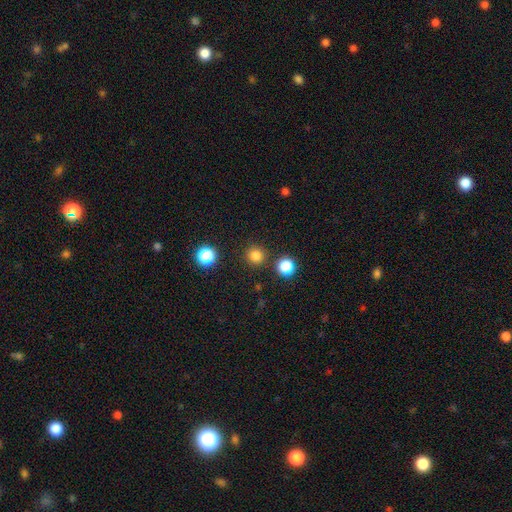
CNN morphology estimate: Smooth or featured? smooth (80%)
How rounded? round (95%)
Merging? none (89%)